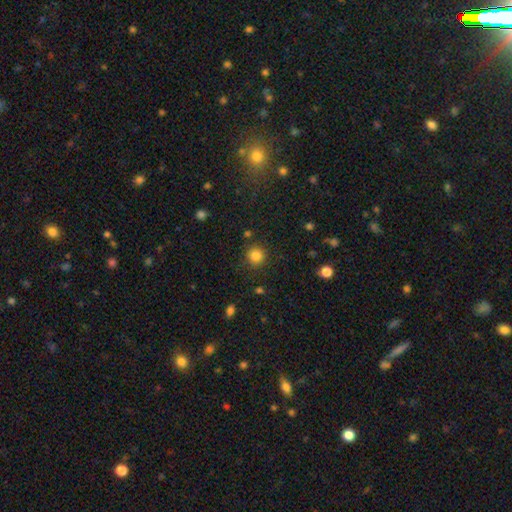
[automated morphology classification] Smooth or featured?
  - smooth: 84% *
  - star or artifact: 12%
  - featured or disk: 4%
How rounded?
  - round: 92% *
  - in between: 7%
  - cigar-shaped: 1%
Merging?
  - none: 87% *
  - minor disturbance: 8%
  - major disturbance: 3%
  - merger: 2%